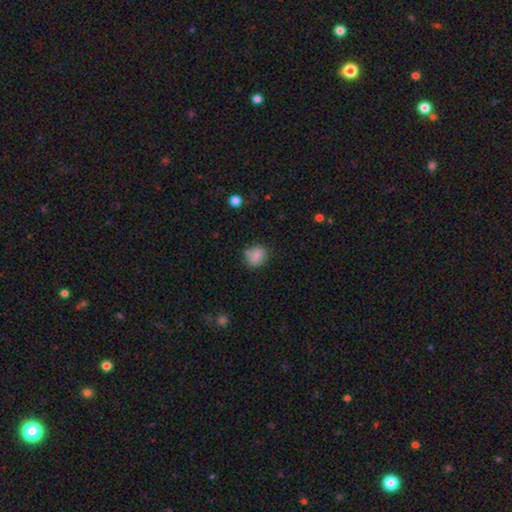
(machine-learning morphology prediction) type=smooth (83%); roundness=round (61%); merging=none (74%).